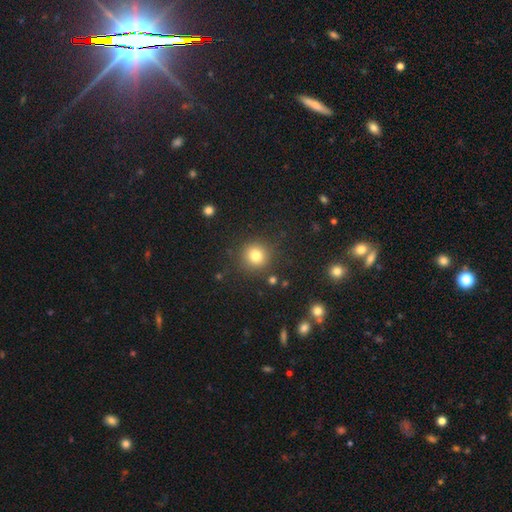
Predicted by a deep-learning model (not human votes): Smooth or featured? smooth (79%)
How rounded? round (92%)
Merging? none (87%)